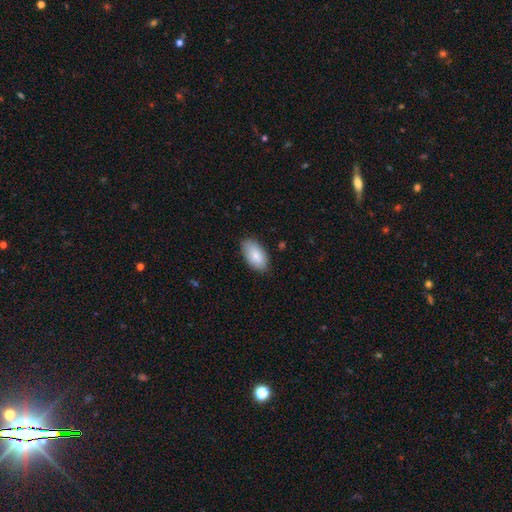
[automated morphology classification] Smooth or featured?
  - smooth: 81% *
  - featured or disk: 13%
  - star or artifact: 6%
How rounded?
  - in between: 95% *
  - round: 3%
  - cigar-shaped: 2%
Merging?
  - none: 82% *
  - minor disturbance: 14%
  - major disturbance: 2%
  - merger: 1%